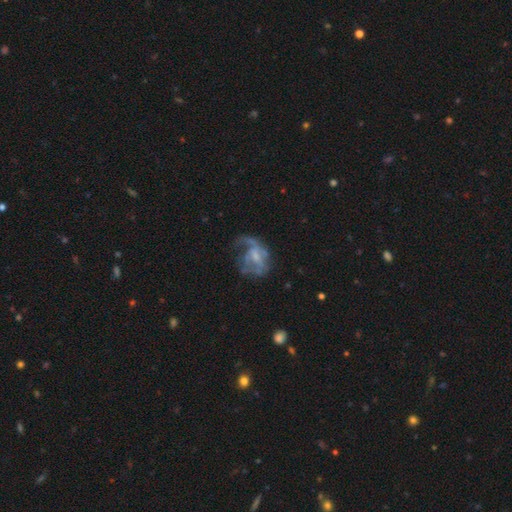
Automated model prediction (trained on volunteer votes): This appears to be a featured or disk galaxy (67%) with no bar (54%), spiral arms (57%) and a small central bulge (38%). Merging: major disturbance (47%).